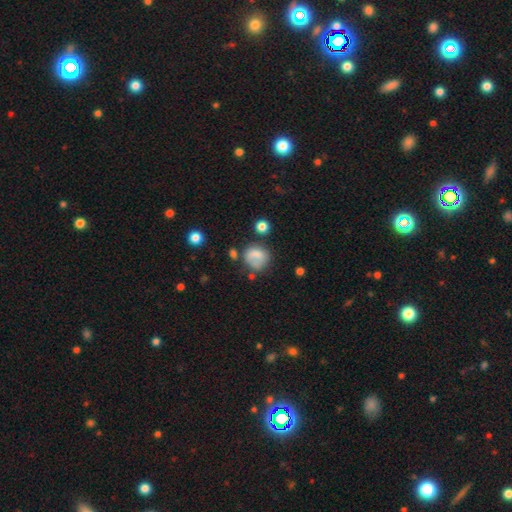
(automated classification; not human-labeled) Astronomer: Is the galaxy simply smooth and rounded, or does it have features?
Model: smooth — 72%.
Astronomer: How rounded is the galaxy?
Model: round — 72%.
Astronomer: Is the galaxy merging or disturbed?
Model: none — 47% (runner-up: minor disturbance, 25%).